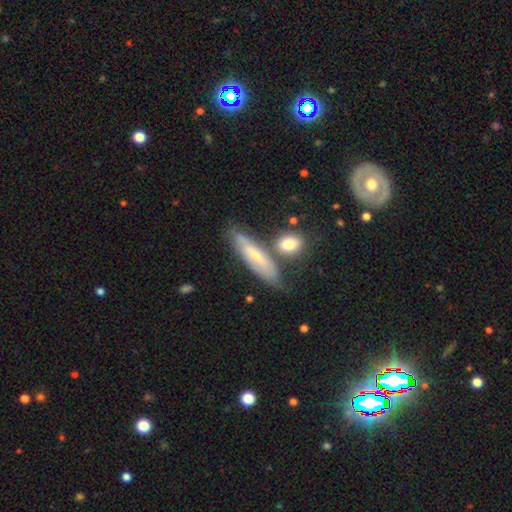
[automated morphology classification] Overall: featured or disk (51%; smooth 43%). Edge-on disk: yes (53%; no 47%). Merging: none (67%).